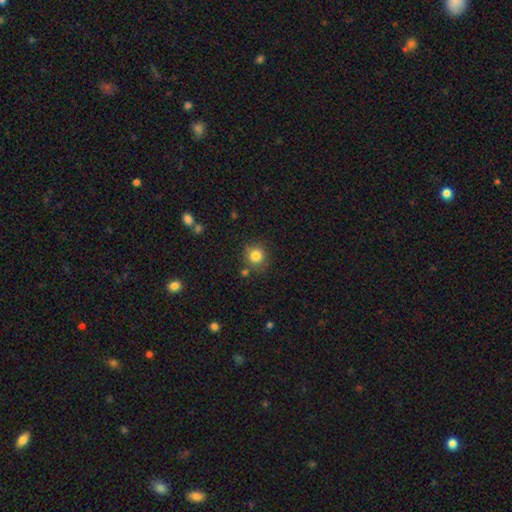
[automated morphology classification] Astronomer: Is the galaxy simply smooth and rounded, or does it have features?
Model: smooth — 83%.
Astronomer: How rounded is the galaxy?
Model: round — 91%.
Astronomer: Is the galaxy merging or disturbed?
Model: none — 81%.